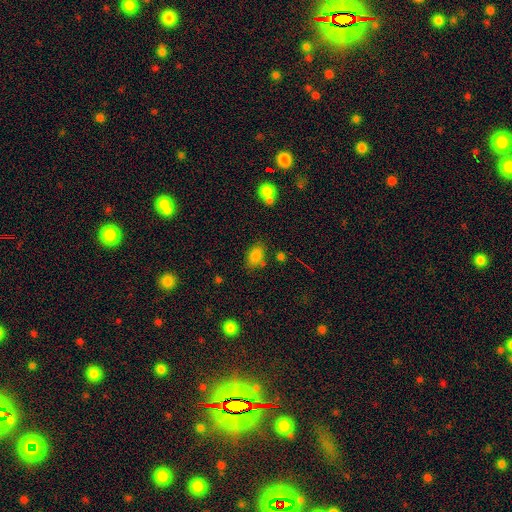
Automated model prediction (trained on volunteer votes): This appears to be a smooth galaxy with no disk features (82%) that is in between round and cigar-shaped (85%). Merging: none (71%).